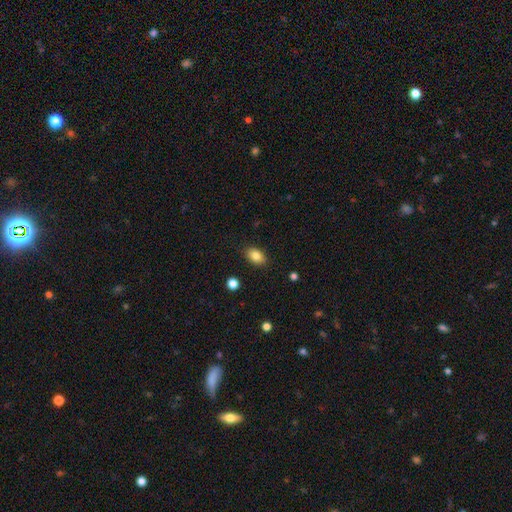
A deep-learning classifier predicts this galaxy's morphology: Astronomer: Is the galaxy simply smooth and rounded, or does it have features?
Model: smooth — 85%.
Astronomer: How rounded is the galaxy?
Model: in between — 87%.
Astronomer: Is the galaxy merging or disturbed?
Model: none — 86%.